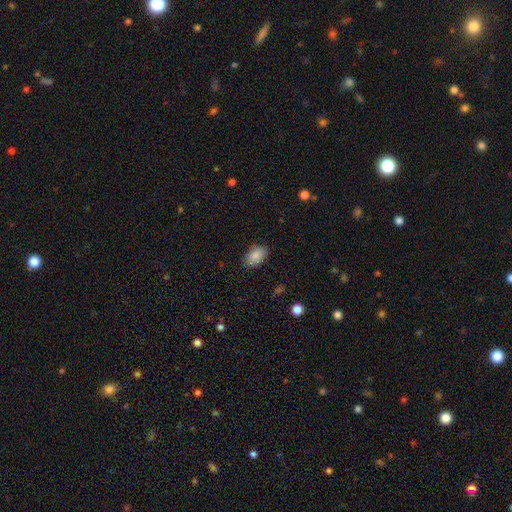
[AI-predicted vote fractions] smooth_or_featured: smooth (p=0.88) [alt: star or artifact p=0.07]
how_rounded: in between (p=0.93) [alt: round p=0.06]
merging: none (p=0.86) [alt: minor disturbance p=0.11]